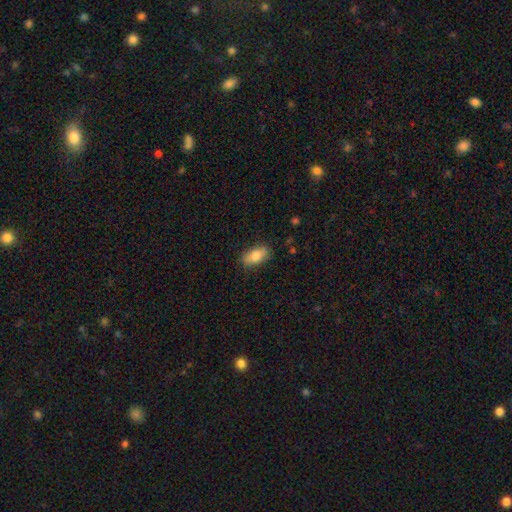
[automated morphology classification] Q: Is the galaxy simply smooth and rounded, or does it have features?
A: smooth — 79%.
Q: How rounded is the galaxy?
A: in between — 89%.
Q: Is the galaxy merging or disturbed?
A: none — 81%.